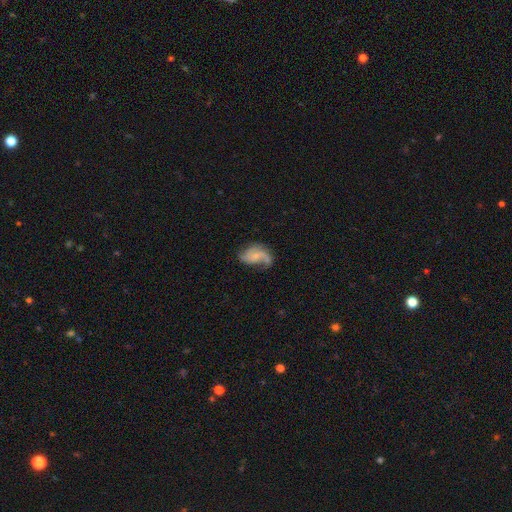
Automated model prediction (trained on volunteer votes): Smooth or featured: featured or disk — 70% (smooth — 23%)
Edge-on disk: no — 98% (yes — 2%)
Bar: no — 66% (weak — 29%)
Spiral arms: yes — 90% (no — 10%)
Spiral winding: loose — 52% (medium — 36%)
Spiral arm count: 2 — 55% (1 — 24%)
Bulge size: small — 61% (moderate — 21%)
Merging: none — 43% (minor disturbance — 27%)